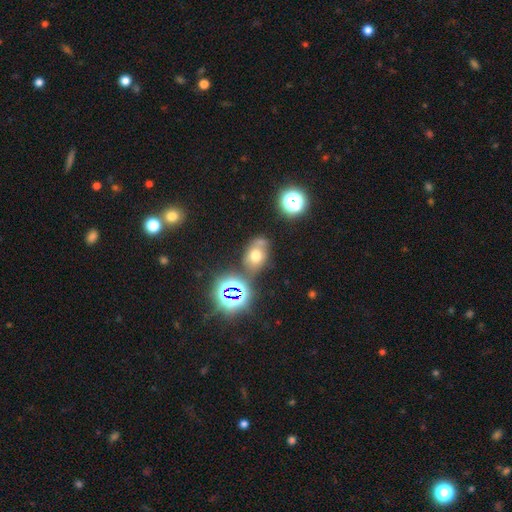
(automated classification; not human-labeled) smooth 56%, star or artifact 26%, featured or disk 18%. Down the decision tree: how rounded — in between (67%); merging — none (58%).